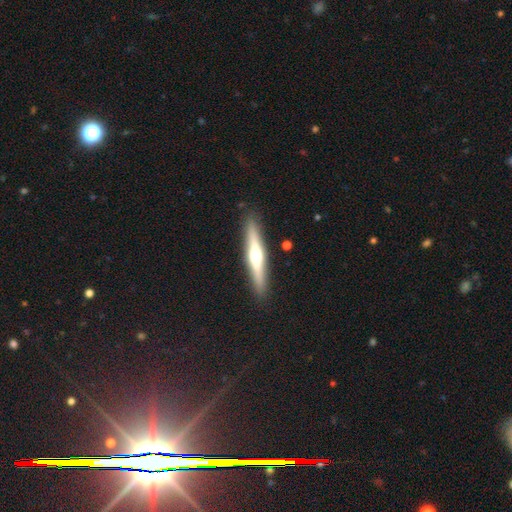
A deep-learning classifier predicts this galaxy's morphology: type=featured or disk (62%); edge-on=yes (96%); edge-on bulge=rounded (88%); merging=none (90%).